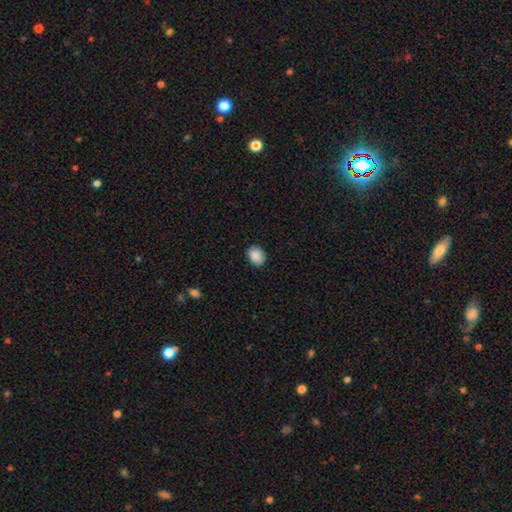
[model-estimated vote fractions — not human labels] This appears to be a smooth galaxy with no disk features (89%) that is in between round and cigar-shaped (61%). Merging: none (83%).